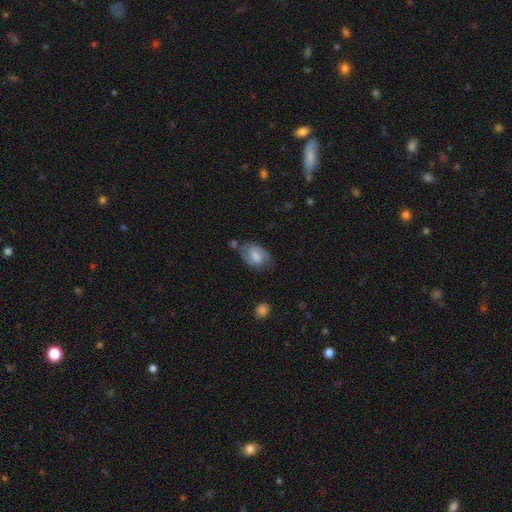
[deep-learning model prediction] This is possibly a featured or disk galaxy (50%). Merging: likely none (63%).